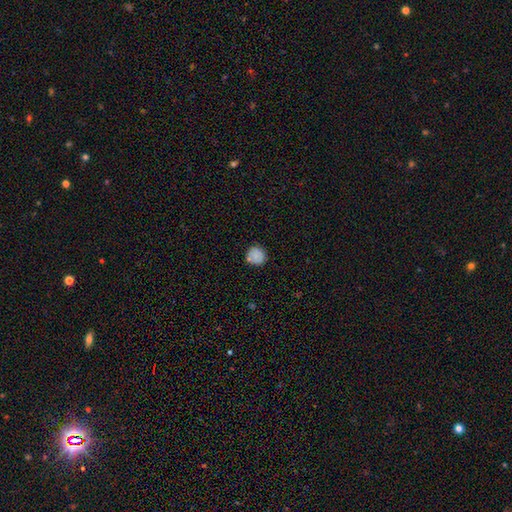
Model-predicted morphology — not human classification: Smooth or featured?
  - smooth: 78% *
  - star or artifact: 11%
  - featured or disk: 11%
How rounded?
  - round: 91% *
  - in between: 8%
  - cigar-shaped: 1%
Merging?
  - none: 81% *
  - minor disturbance: 13%
  - major disturbance: 3%
  - merger: 2%